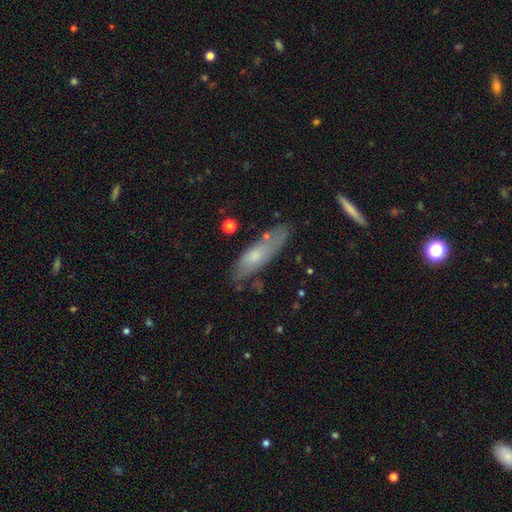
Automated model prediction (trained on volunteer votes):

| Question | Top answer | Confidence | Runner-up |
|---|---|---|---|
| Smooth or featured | smooth | 63% | featured or disk (30%) |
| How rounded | cigar-shaped | 53% | in between (45%) |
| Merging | none | 69% | minor disturbance (21%) |